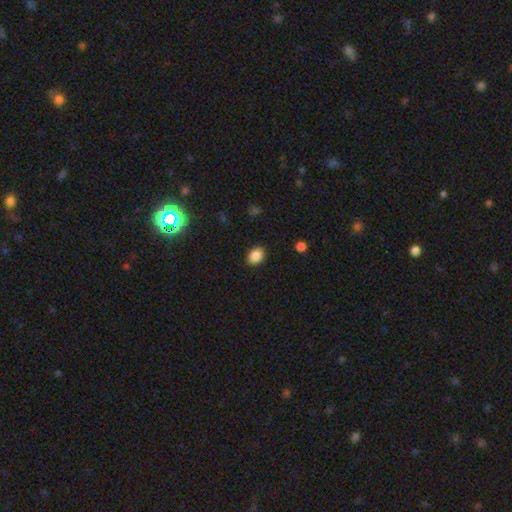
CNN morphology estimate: A smooth galaxy with no disk features (87%) that is in between round and cigar-shaped (70%). Merging: none (88%).